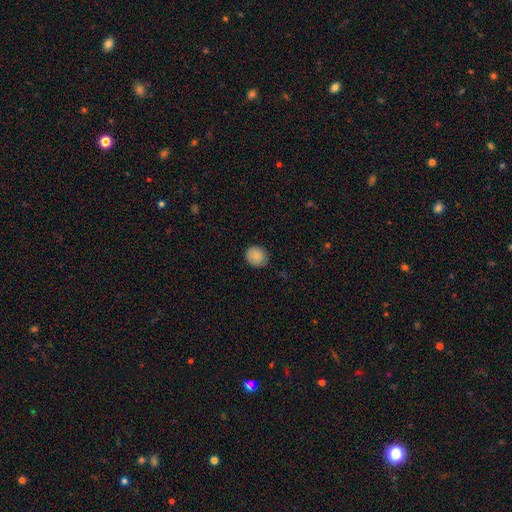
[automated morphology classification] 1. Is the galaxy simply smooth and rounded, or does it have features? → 88% smooth, 8% star or artifact, 4% featured or disk.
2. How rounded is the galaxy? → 83% round, 16% in between, 1% cigar-shaped.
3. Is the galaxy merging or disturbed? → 84% none, 13% minor disturbance, 3% major disturbance, 1% merger.